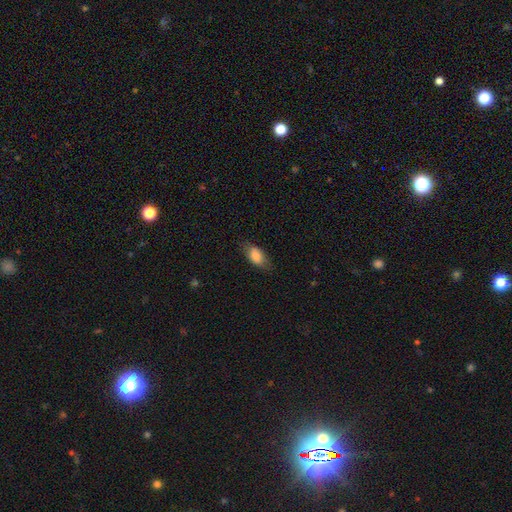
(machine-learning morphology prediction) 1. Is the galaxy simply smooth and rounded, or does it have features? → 80% smooth, 14% featured or disk, 7% star or artifact.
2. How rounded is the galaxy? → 87% in between, 9% cigar-shaped, 4% round.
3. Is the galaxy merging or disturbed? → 76% none, 18% minor disturbance, 5% major disturbance, 1% merger.